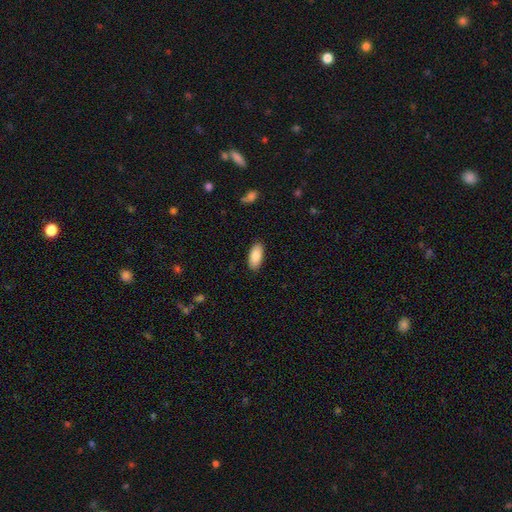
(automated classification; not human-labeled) smooth 87%, featured or disk 7%, star or artifact 6%. Down the decision tree: how rounded — in between (90%); merging — none (88%).